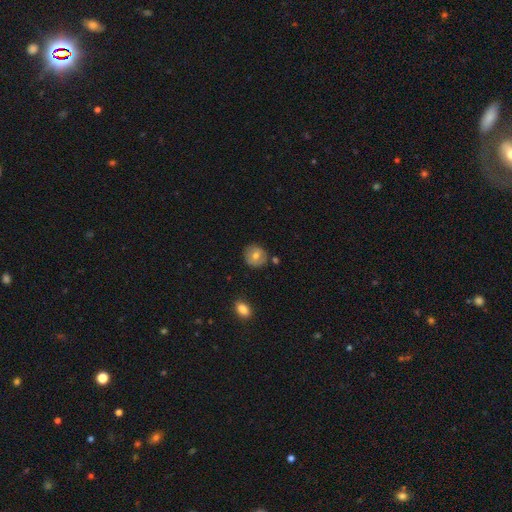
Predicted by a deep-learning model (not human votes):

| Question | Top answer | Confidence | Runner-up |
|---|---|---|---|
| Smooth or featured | smooth | 69% | featured or disk (22%) |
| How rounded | round | 88% | in between (11%) |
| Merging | none | 81% | minor disturbance (12%) |